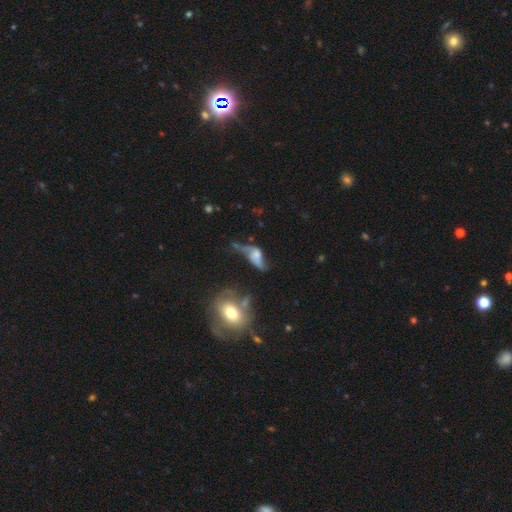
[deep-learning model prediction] This is likely a featured or disk galaxy (62%). It is clearly not viewed edge-on (89%). Bar: likely no (64%). Spiral arm pattern: likely yes (72%). Central bulge: marginally small (28%, tied with moderate and none). Merging: marginally major disturbance (35%).